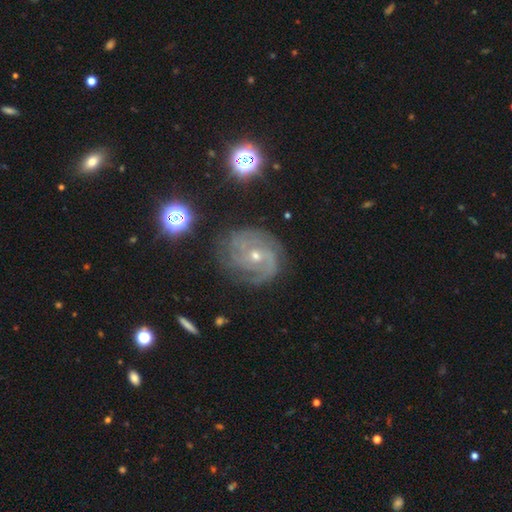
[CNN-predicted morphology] Q: Smooth or featured?
A: featured or disk (85%); runner-up: star or artifact (8%)
Q: Edge-on disk?
A: no (98%); runner-up: yes (2%)
Q: Bar?
A: no (66%); runner-up: weak (27%)
Q: Spiral arms?
A: yes (96%); runner-up: no (4%)
Q: Spiral winding?
A: tight (58%); runner-up: medium (33%)
Q: Spiral arm count?
A: 3 (29%); runner-up: can't tell (25%)
Q: Bulge size?
A: small (60%); runner-up: moderate (38%)
Q: Merging?
A: none (72%); runner-up: minor disturbance (18%)